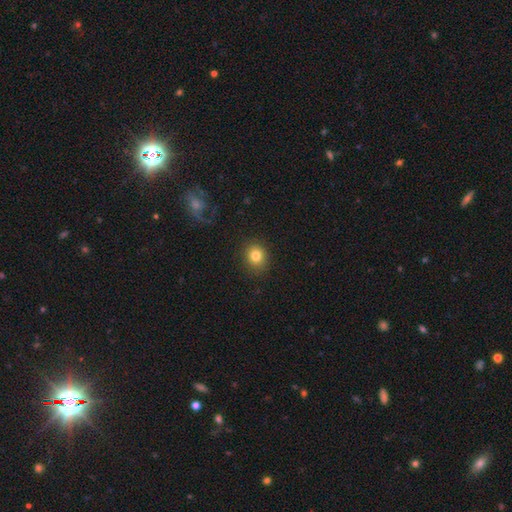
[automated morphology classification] smooth-or-featured: smooth: 81% | star or artifact: 11% | featured or disk: 8%
  how-rounded: round: 76% | in between: 24% | cigar-shaped: 1%
  merging: none: 88% | minor disturbance: 8% | major disturbance: 3% | merger: 1%